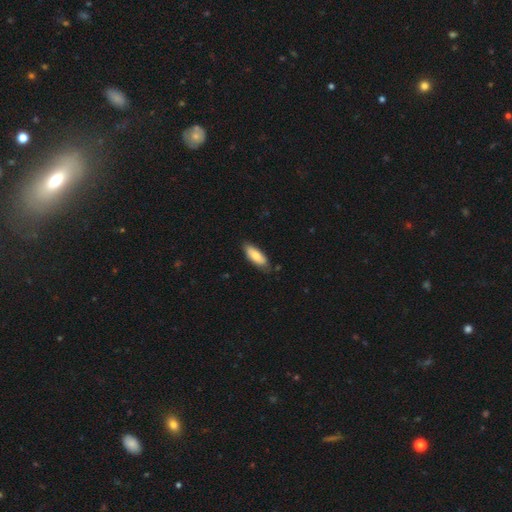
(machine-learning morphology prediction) Smooth or featured? smooth (77%)
How rounded? in between (67%)
Merging? none (75%)